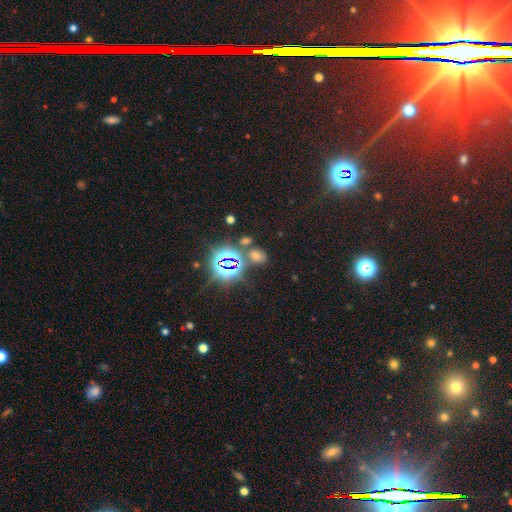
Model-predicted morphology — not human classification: A smooth galaxy with no disk features (47%).

Vote fractions:
- Smooth or featured? smooth: 47% / star or artifact: 44% / featured or disk: 8%
- Merging? none: 74% / minor disturbance: 11% / merger: 10% / major disturbance: 5%